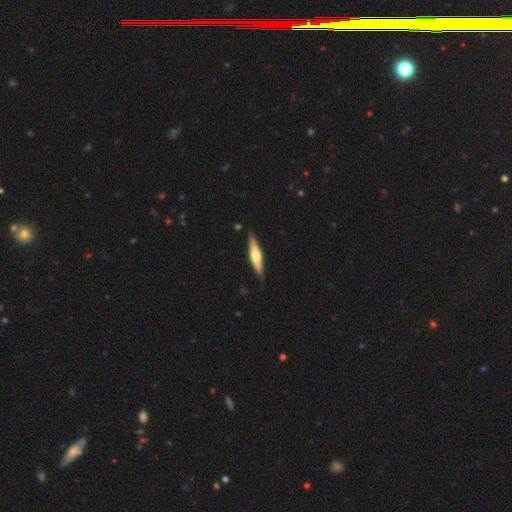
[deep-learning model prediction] The model was most divided on "smooth or featured": featured or disk: 55%, smooth: 39%, star or artifact: 5%. More confident: edge-on disk — yes (95%); edge-on bulge — rounded (88%); merging — none (87%).